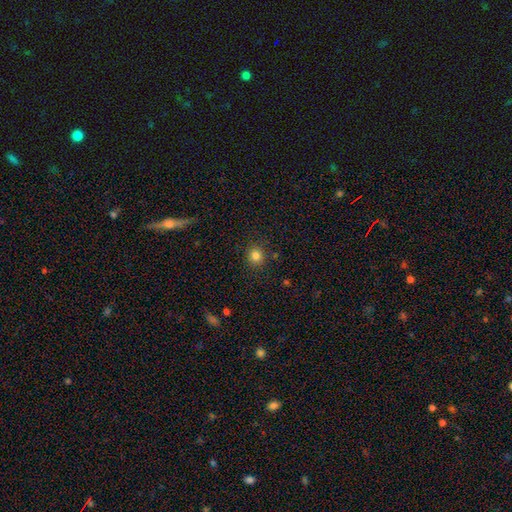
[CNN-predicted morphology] A smooth galaxy with no disk features (82%) that is round (89%). Merging: none (88%).